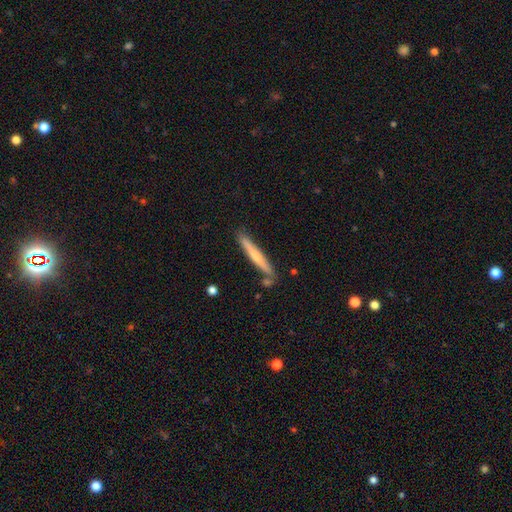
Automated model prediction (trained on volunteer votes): Morphology: type=smooth (56%); roundness=cigar-shaped (96%); merging=none (82%).